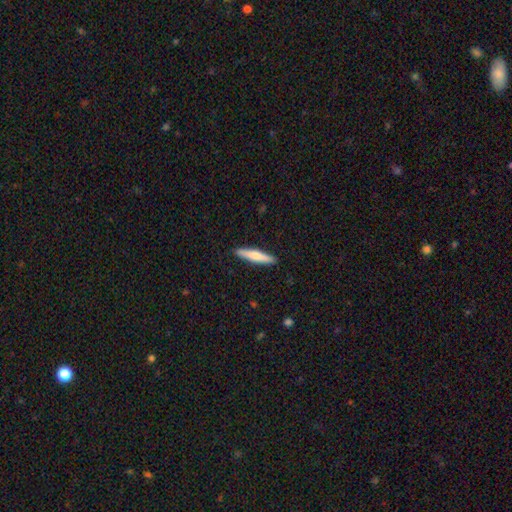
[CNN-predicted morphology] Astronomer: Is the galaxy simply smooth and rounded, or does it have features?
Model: smooth — 59% (runner-up: featured or disk, 36%).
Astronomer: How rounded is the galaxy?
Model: cigar-shaped — 91%.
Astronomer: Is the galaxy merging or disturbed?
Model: none — 91%.